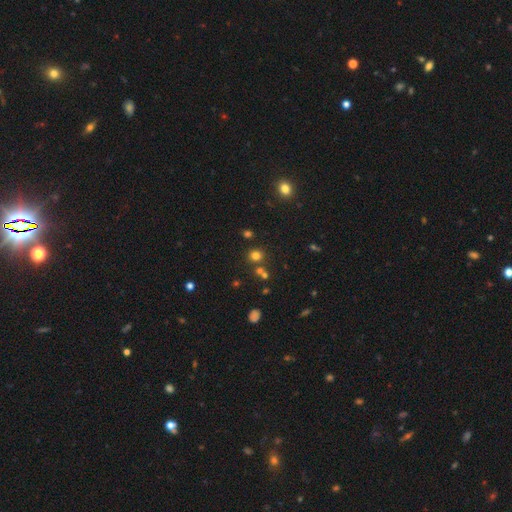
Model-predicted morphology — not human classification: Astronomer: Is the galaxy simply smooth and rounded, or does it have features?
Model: smooth — 73%.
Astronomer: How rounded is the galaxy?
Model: round — 86%.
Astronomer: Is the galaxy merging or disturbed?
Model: none — 76%.